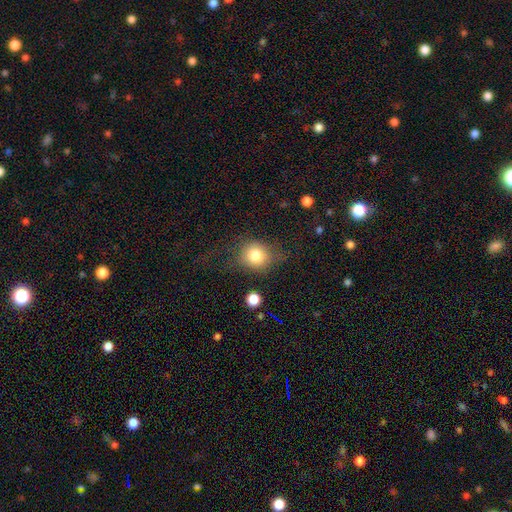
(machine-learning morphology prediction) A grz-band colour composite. It shows a smooth galaxy with no disk features (78%) that is round (75%). Merging: none (63%).